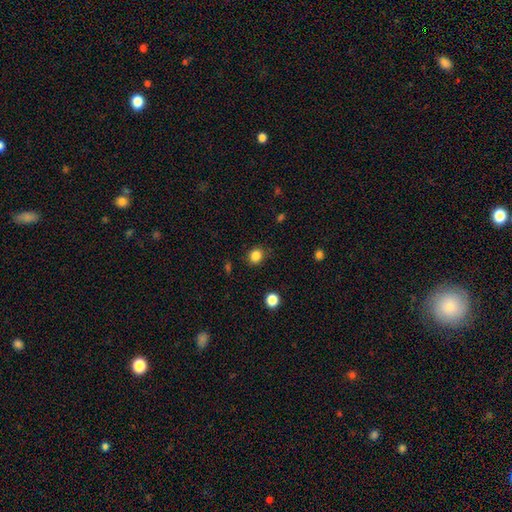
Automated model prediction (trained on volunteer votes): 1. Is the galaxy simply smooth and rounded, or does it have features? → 85% smooth, 11% star or artifact, 4% featured or disk.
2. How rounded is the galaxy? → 78% round, 21% in between, 1% cigar-shaped.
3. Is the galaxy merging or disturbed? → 86% none, 10% minor disturbance, 3% major disturbance, 1% merger.